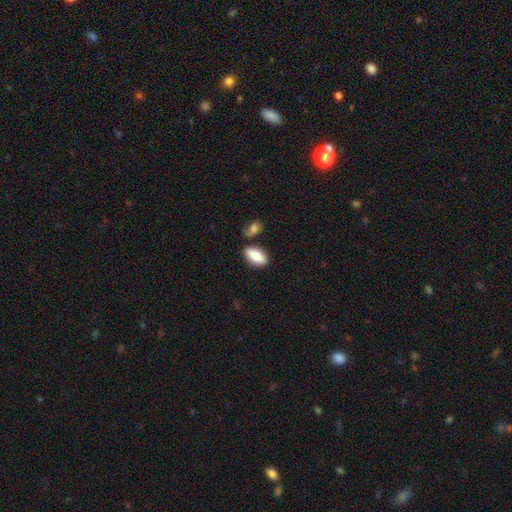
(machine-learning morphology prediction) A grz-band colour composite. It shows a smooth galaxy with no disk features (84%) that is in between round and cigar-shaped (92%). Merging: none (74%).